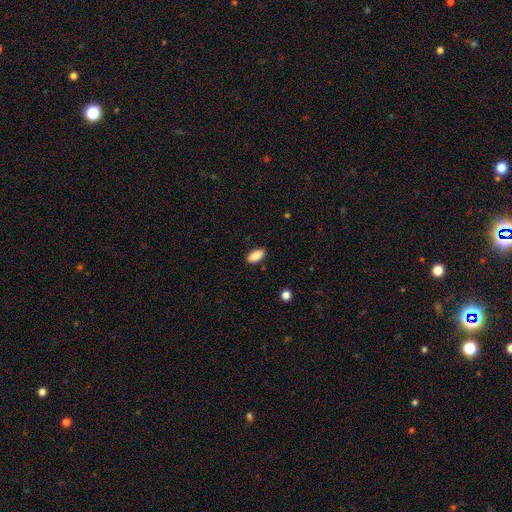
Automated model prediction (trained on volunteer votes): Overall: smooth (88%). How rounded: in between (90%). Merging: none (88%).